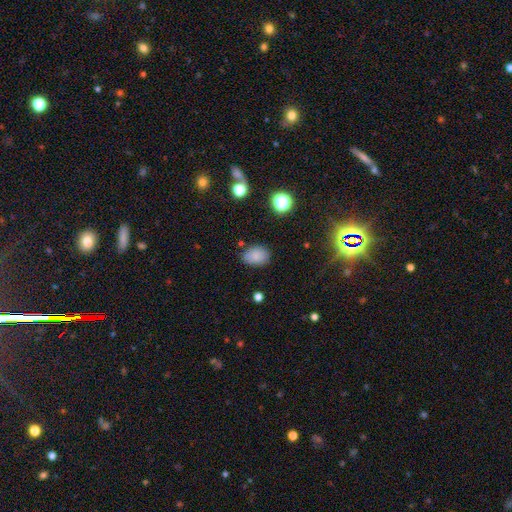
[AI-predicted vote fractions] Smooth or featured?
  - smooth: 82% *
  - star or artifact: 11%
  - featured or disk: 7%
How rounded?
  - in between: 76% *
  - round: 23%
  - cigar-shaped: 1%
Merging?
  - none: 78% *
  - minor disturbance: 16%
  - major disturbance: 4%
  - merger: 2%